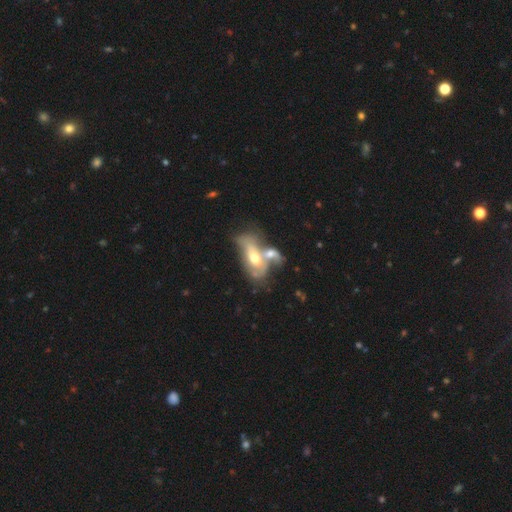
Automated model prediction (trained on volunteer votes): Smooth or featured? featured or disk (62%)
Edge-on disk? no (83%)
Bar? no (68%)
Spiral arms? no (53%)
Bulge size? moderate (71%)
Merging? merger (61%)